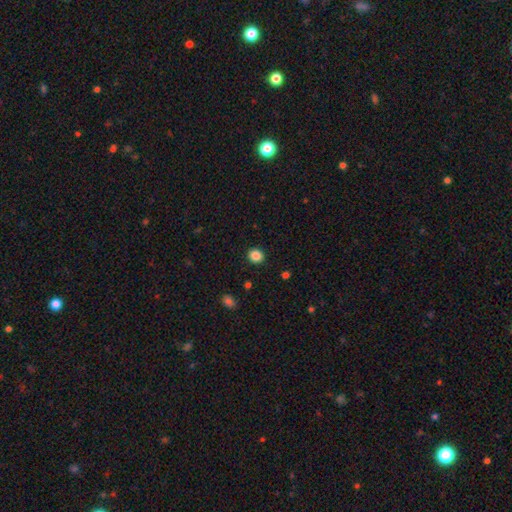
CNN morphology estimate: Overall: smooth (86%). How rounded: round (83%). Merging: none (92%).